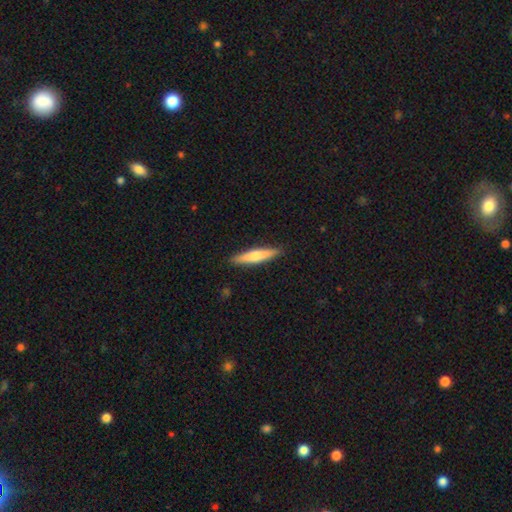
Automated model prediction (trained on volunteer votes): smooth_or_featured: smooth (p=0.62) [alt: featured or disk p=0.32]
how_rounded: cigar-shaped (p=0.87) [alt: in between p=0.12]
merging: none (p=0.90) [alt: minor disturbance p=0.07]